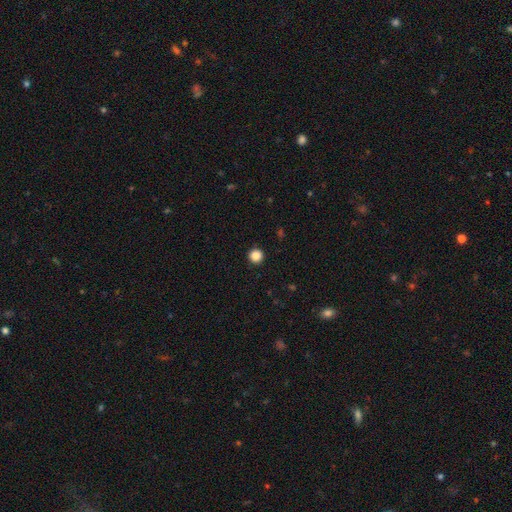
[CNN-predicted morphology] smooth_or_featured: smooth (p=0.87) [alt: star or artifact p=0.11]
how_rounded: round (p=0.96) [alt: in between p=0.04]
merging: none (p=0.93) [alt: minor disturbance p=0.05]